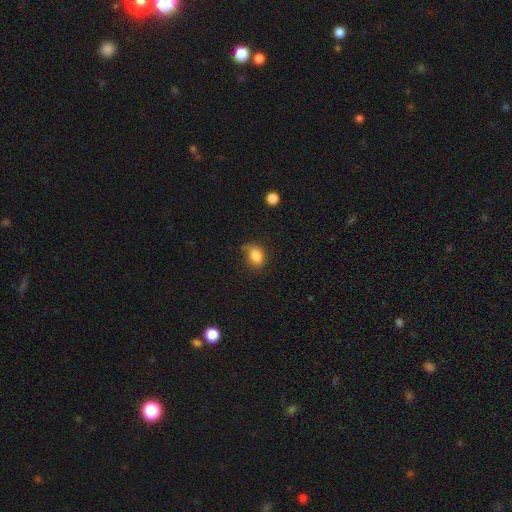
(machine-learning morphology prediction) Smooth or featured?
  - smooth: 84% *
  - star or artifact: 9%
  - featured or disk: 7%
How rounded?
  - in between: 77% *
  - round: 21%
  - cigar-shaped: 2%
Merging?
  - none: 61% *
  - minor disturbance: 28%
  - major disturbance: 8%
  - merger: 3%